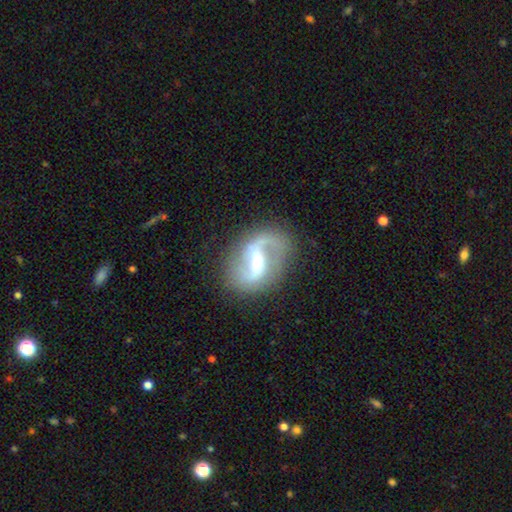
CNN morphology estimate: This appears to be a featured or disk galaxy (82%) with a strong bar (51%), 2 (83%) loose (49%) spiral arms (90%) and a moderate central bulge (47%). Merging: none (74%).